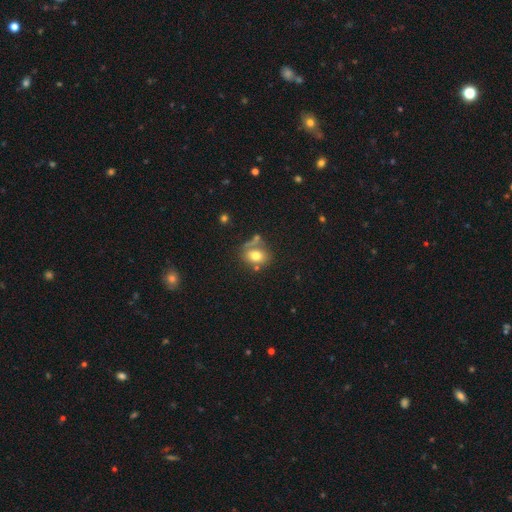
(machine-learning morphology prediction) Smooth or featured? smooth (75%)
How rounded? in between (57%)
Merging? none (55%)